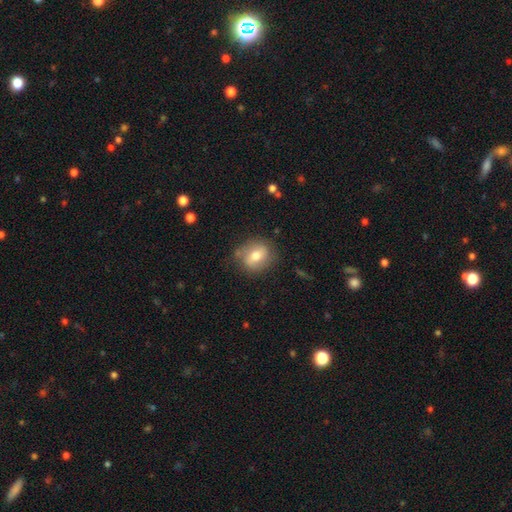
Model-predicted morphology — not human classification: Q: Smooth or featured?
A: smooth (63%); runner-up: featured or disk (29%)
Q: How rounded?
A: round (60%); runner-up: in between (39%)
Q: Merging?
A: none (73%); runner-up: minor disturbance (19%)